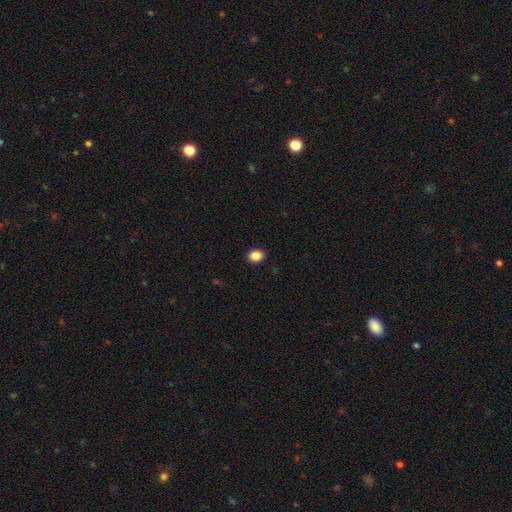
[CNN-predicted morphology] A smooth galaxy with no disk features (87%) that is in between round and cigar-shaped (50%). Merging: none (91%).